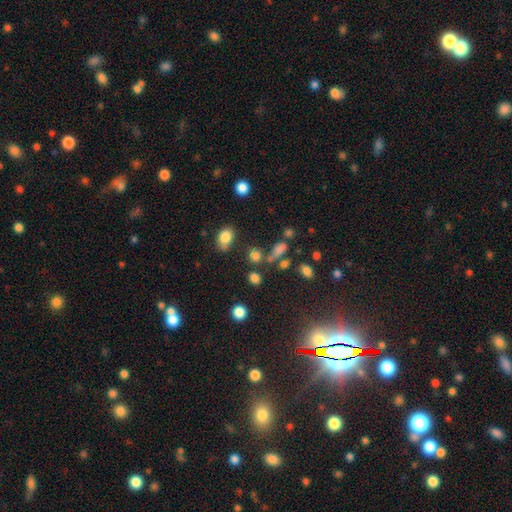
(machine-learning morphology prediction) This appears to be a smooth galaxy with no disk features (74%) that is round (62%). Merging: none (61%).